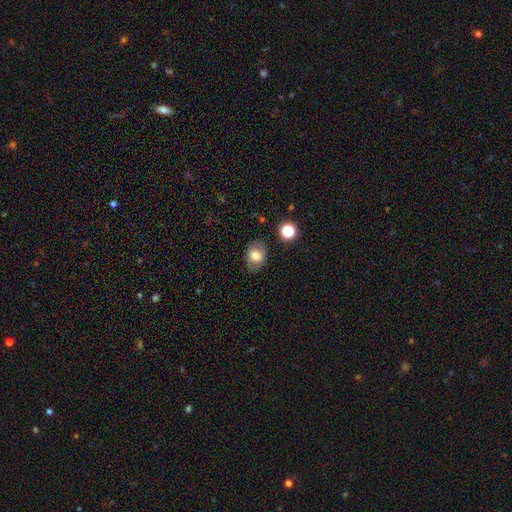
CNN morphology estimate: A smooth galaxy with no disk features (66%) that is in between round and cigar-shaped (60%). Merging: none (78%).